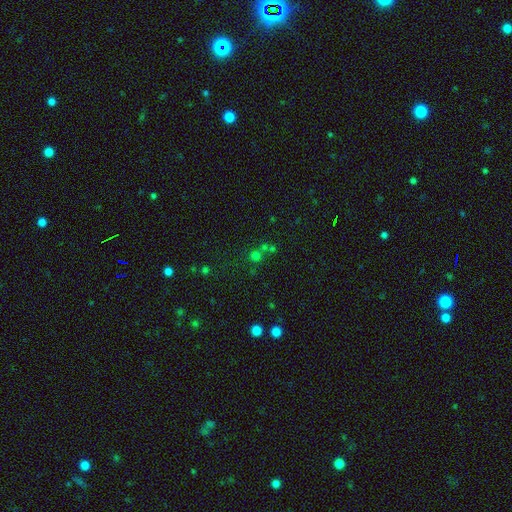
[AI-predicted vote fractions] A smooth galaxy with no disk features (58%) that is round (89%). Merging: none (58%).